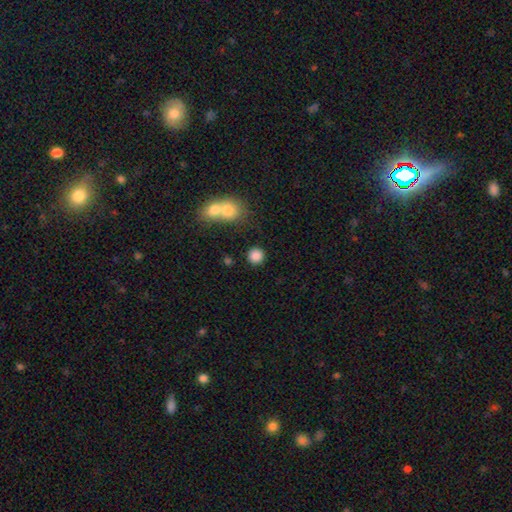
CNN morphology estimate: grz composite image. It shows a smooth galaxy with no disk features (85%) that is round (92%). Merging: none (81%).